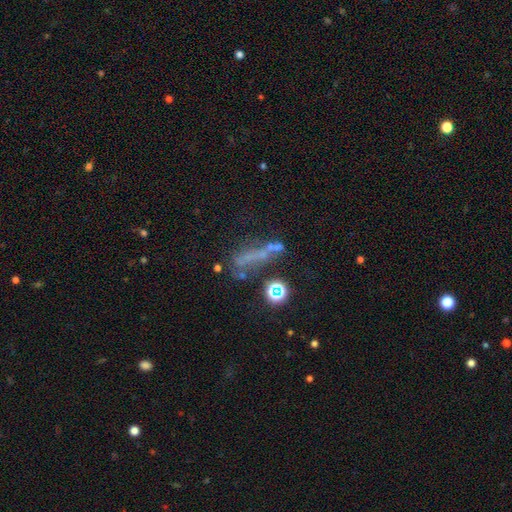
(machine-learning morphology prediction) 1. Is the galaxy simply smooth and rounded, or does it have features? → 34% star or artifact, 33% smooth, 33% featured or disk.